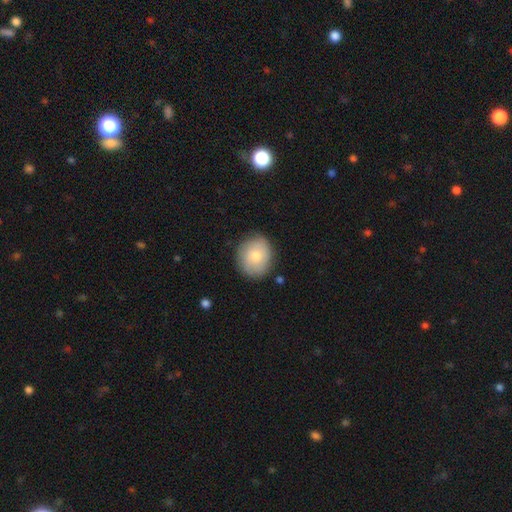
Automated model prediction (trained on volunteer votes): A smooth galaxy with no disk features (74%) that is round (77%). Merging: none (82%).